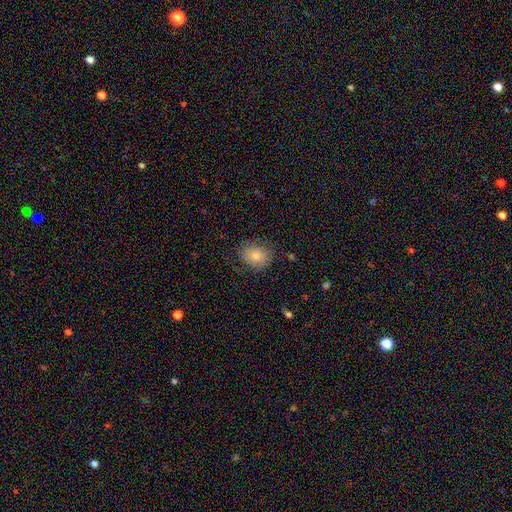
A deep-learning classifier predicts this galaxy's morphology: This is likely a smooth galaxy (75%). How rounded: possibly round (52%). Merging: likely none (78%).